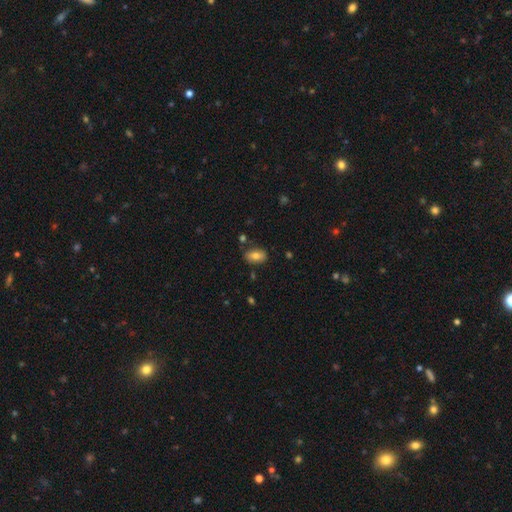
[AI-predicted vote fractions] Smooth or featured?
  - smooth: 73% *
  - featured or disk: 18%
  - star or artifact: 9%
How rounded?
  - in between: 87% *
  - round: 8%
  - cigar-shaped: 5%
Merging?
  - none: 79% *
  - minor disturbance: 15%
  - merger: 3%
  - major disturbance: 3%